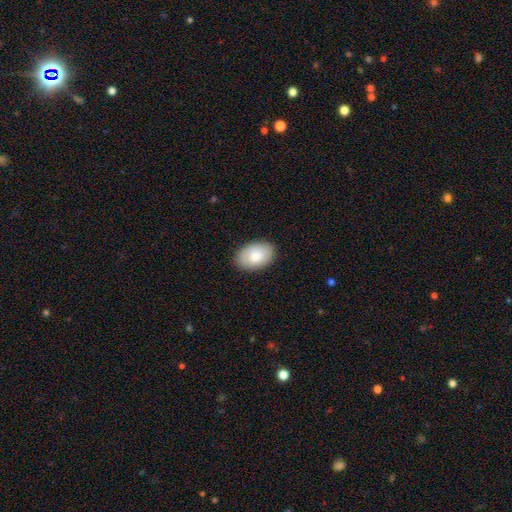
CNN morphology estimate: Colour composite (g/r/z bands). It shows a smooth galaxy with no disk features (82%) that is in between round and cigar-shaped (90%). Merging: none (87%).